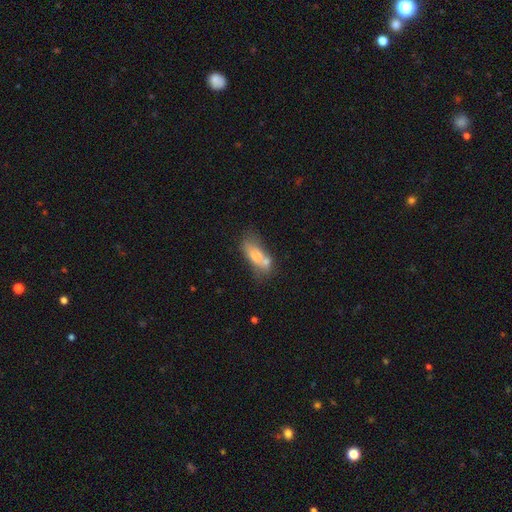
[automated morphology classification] Overall: smooth (62%; featured or disk 27%). How rounded: in between (73%). Merging: merger (39%; none 31%).